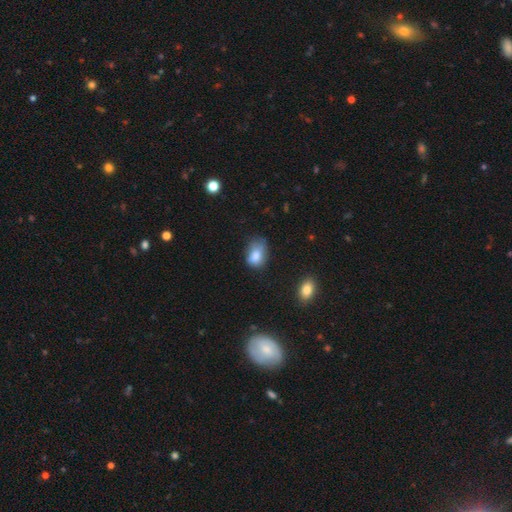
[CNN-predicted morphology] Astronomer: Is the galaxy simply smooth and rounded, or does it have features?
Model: smooth — 79%.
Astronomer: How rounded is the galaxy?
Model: in between — 79%.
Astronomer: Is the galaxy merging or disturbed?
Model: none — 43% (runner-up: minor disturbance, 38%).